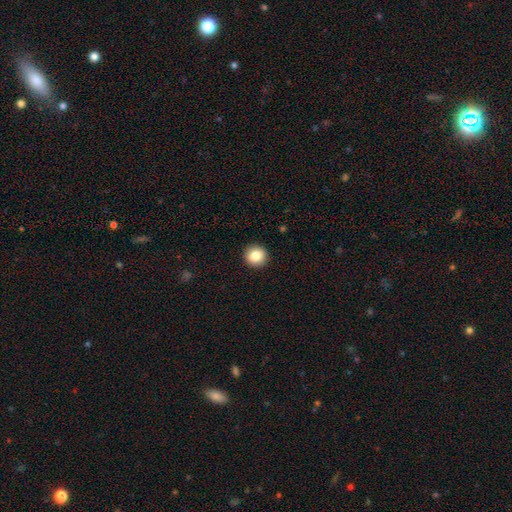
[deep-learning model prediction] Morphology: type=smooth (84%); roundness=round (93%); merging=none (93%).